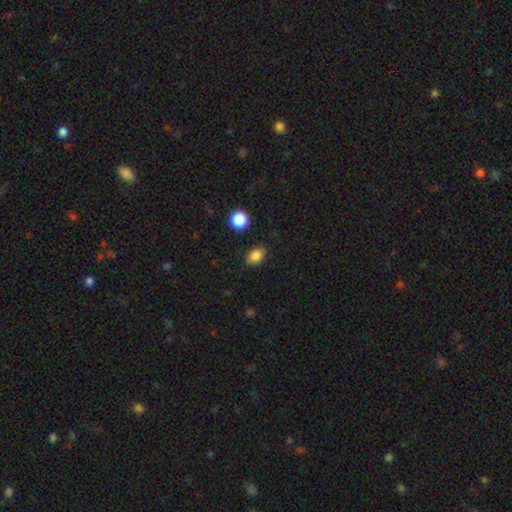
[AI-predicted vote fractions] This appears to be a smooth galaxy with no disk features (85%) that is in between round and cigar-shaped (73%). Merging: none (85%).